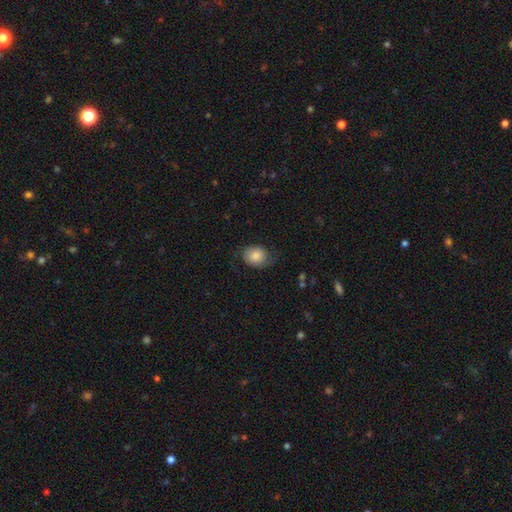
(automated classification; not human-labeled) This is likely a smooth galaxy (71%). How rounded: possibly in between (50%). Merging: likely none (64%).